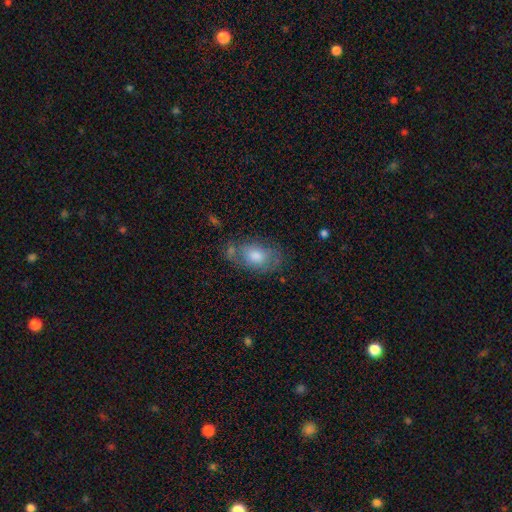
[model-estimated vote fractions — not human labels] Smooth or featured?
  - smooth: 66% *
  - featured or disk: 26%
  - star or artifact: 8%
How rounded?
  - in between: 86% *
  - round: 11%
  - cigar-shaped: 2%
Merging?
  - none: 54% *
  - minor disturbance: 26%
  - major disturbance: 11%
  - merger: 9%